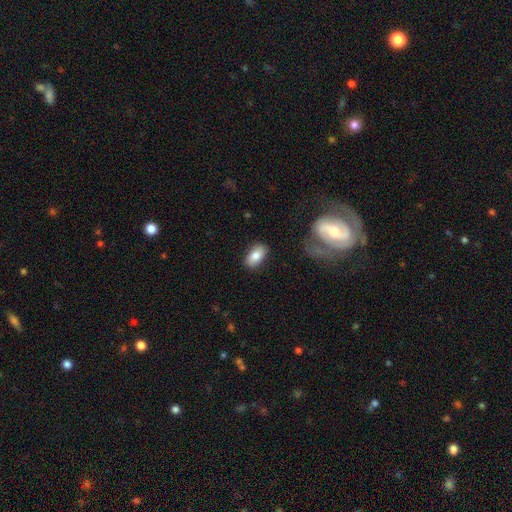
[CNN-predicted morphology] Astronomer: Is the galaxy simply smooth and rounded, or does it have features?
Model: smooth — 80%.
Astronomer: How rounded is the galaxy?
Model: in between — 92%.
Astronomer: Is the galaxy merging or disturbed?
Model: none — 85%.